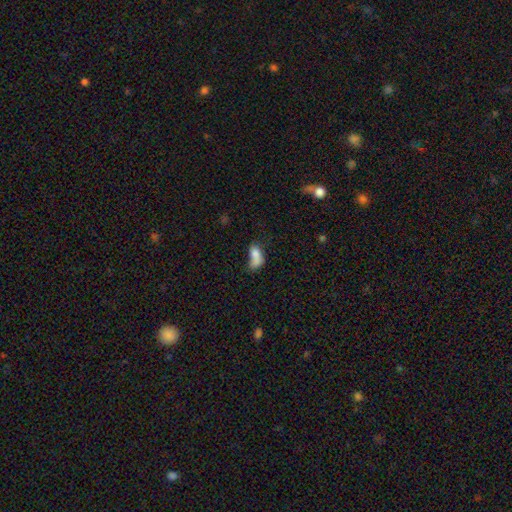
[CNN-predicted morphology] A smooth galaxy with no disk features (74%) that is in between round and cigar-shaped (85%).

Vote fractions:
- Smooth or featured? smooth: 74% / featured or disk: 16% / star or artifact: 10%
- How rounded? in between: 85% / round: 10% / cigar-shaped: 5%
- Merging? merger: 36% / major disturbance: 22% / none: 22% / minor disturbance: 20%